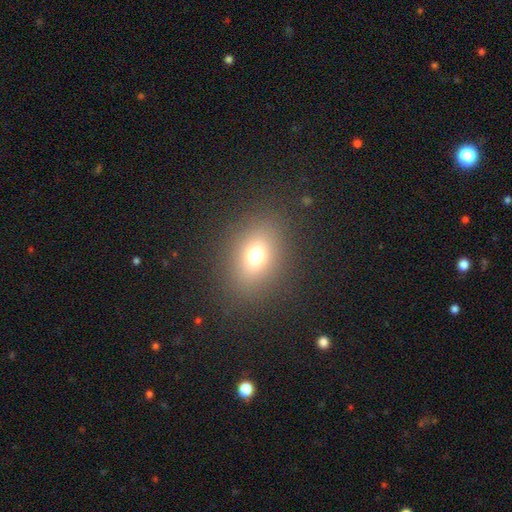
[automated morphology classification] A smooth galaxy with no disk features (70%) that is in between round and cigar-shaped (58%). Merging: none (85%).